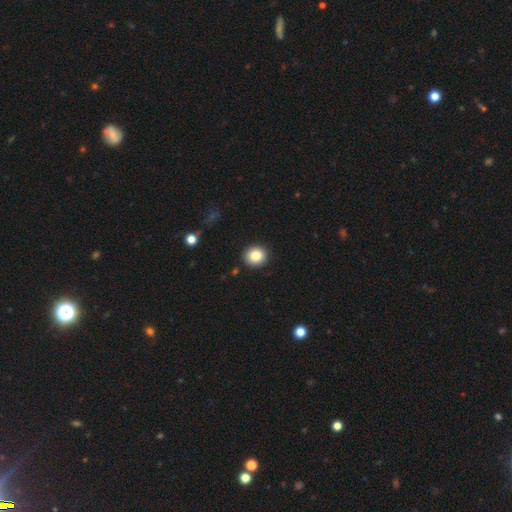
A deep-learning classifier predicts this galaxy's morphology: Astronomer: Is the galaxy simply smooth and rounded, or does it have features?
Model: smooth — 84%.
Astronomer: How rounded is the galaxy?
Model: round — 85%.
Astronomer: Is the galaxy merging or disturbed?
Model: none — 91%.